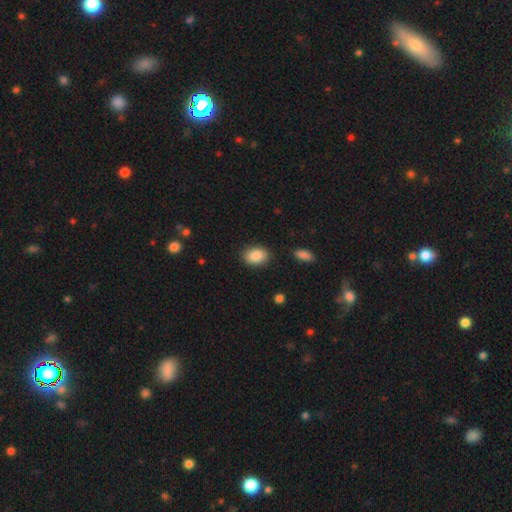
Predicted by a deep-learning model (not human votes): Smooth or featured?
  - smooth: 87% *
  - star or artifact: 7%
  - featured or disk: 6%
How rounded?
  - in between: 83% *
  - round: 16%
  - cigar-shaped: 1%
Merging?
  - none: 87% *
  - minor disturbance: 9%
  - major disturbance: 2%
  - merger: 2%